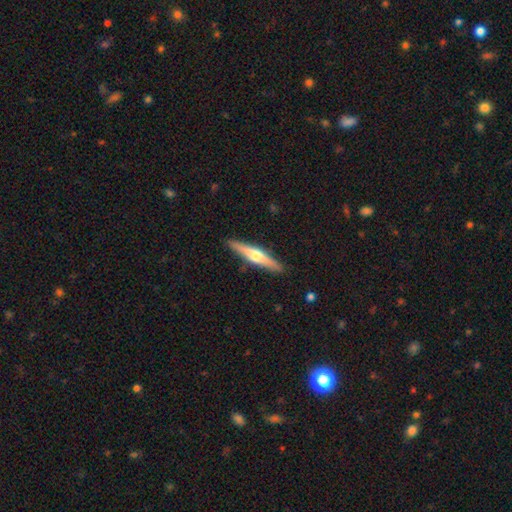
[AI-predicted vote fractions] Morphology: type=featured or disk (61%); edge-on=yes (97%); edge-on bulge=rounded (91%); merging=none (90%).